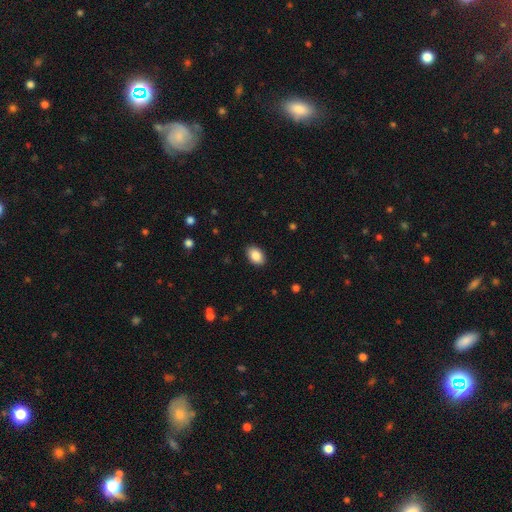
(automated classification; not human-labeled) smooth_or_featured: smooth (p=0.87) [alt: star or artifact p=0.07]
how_rounded: in between (p=0.86) [alt: round p=0.13]
merging: none (p=0.89) [alt: minor disturbance p=0.08]